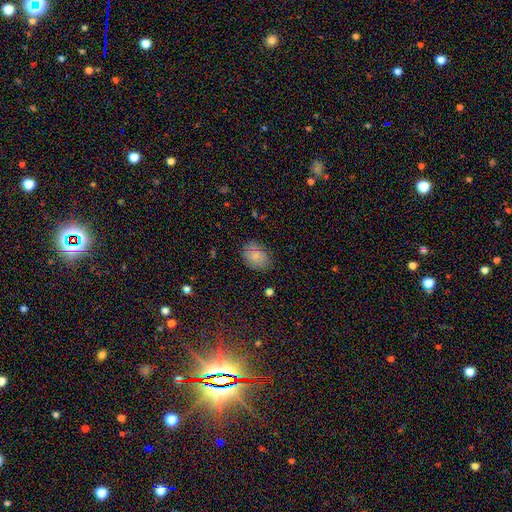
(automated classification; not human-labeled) This appears to be a smooth galaxy with no disk features (79%) that is in between round and cigar-shaped (65%). Merging: none (79%).